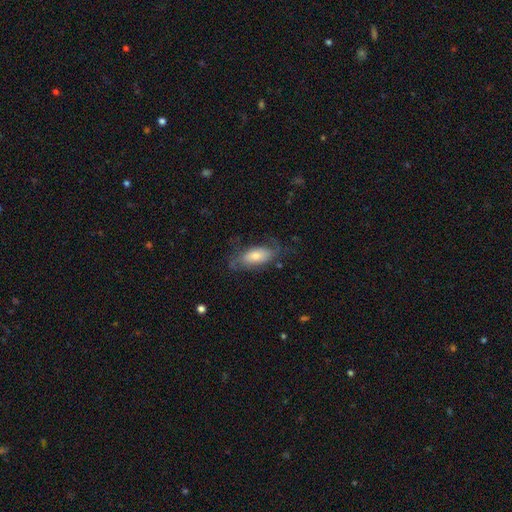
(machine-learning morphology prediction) A smooth galaxy with no disk features (51%) that is in between round and cigar-shaped (81%).

Vote fractions:
- Smooth or featured? smooth: 51% / featured or disk: 41% / star or artifact: 8%
- How rounded? in between: 81% / cigar-shaped: 15% / round: 4%
- Merging? none: 60% / minor disturbance: 24% / major disturbance: 15% / merger: 1%